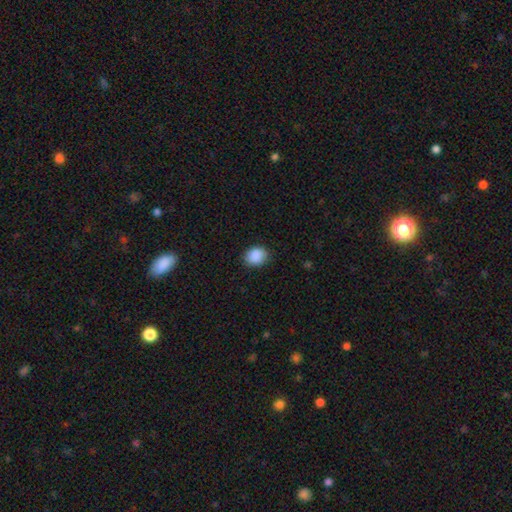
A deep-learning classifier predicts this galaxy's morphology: smooth 89%, star or artifact 8%, featured or disk 3%. Down the decision tree: how rounded — round (54%); merging — none (86%).